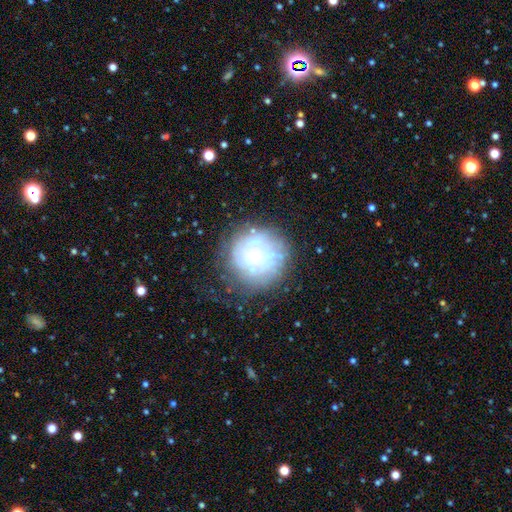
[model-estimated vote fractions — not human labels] Smooth or featured? featured or disk (54%)
Edge-on disk? no (98%)
Bar? no (70%)
Spiral arms? no (59%)
Bulge size? small (42%)
Merging? none (61%)